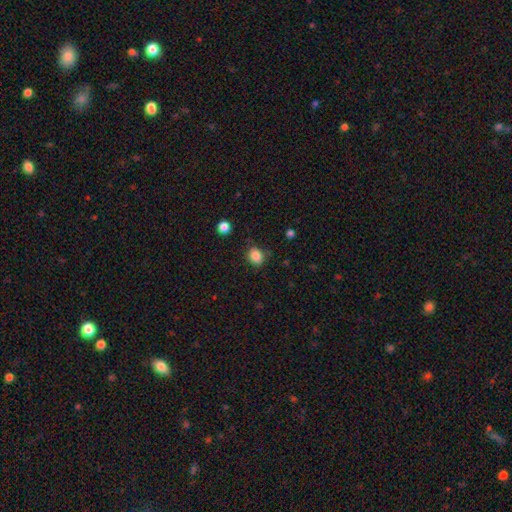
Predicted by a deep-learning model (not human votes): This is clearly a smooth galaxy (86%). How rounded: possibly in between (50%). Merging: likely none (79%).